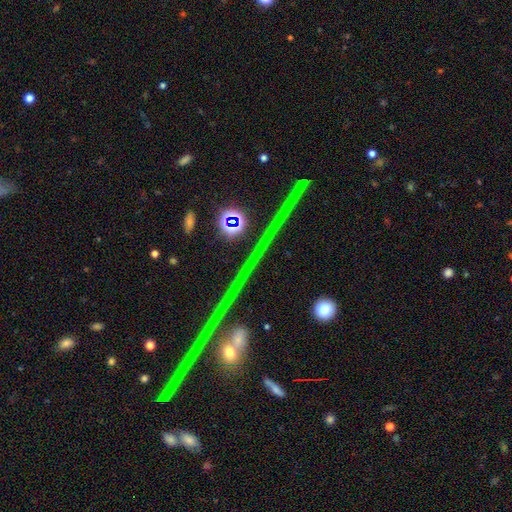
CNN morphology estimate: This appears to be a star or artifact, not a galaxy (73%).